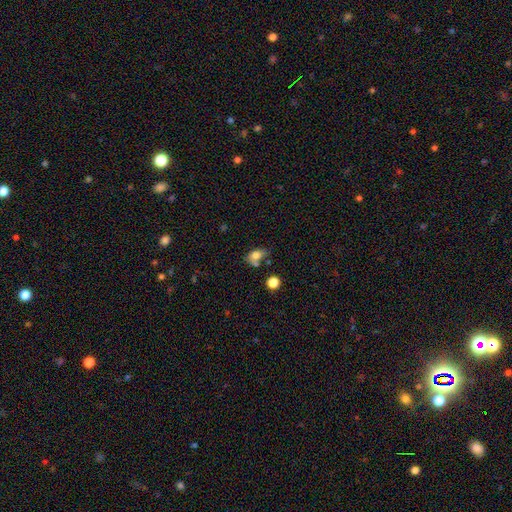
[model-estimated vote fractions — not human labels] Q: Smooth or featured?
A: smooth (74%); runner-up: featured or disk (14%)
Q: How rounded?
A: in between (76%); runner-up: round (21%)
Q: Merging?
A: none (40%); runner-up: minor disturbance (26%)